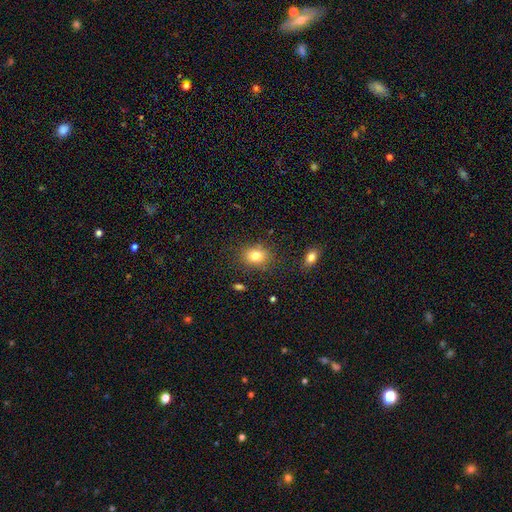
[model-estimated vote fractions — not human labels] Smooth or featured: smooth — 80% (star or artifact — 11%)
How rounded: in between — 50% (round — 49%)
Merging: none — 82% (minor disturbance — 12%)